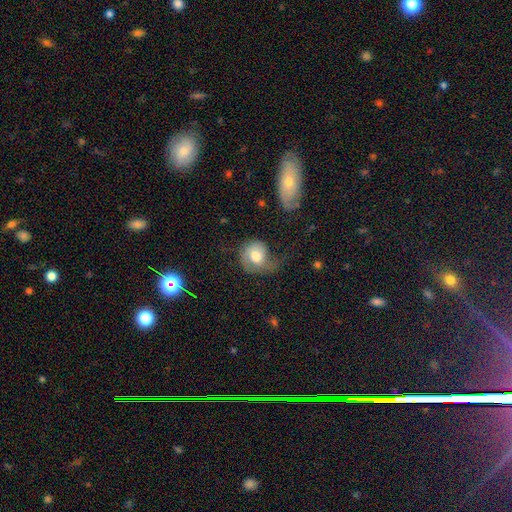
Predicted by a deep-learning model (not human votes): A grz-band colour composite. It shows a smooth galaxy with no disk features (61%) that is round (68%). Merging: major disturbance (44%).